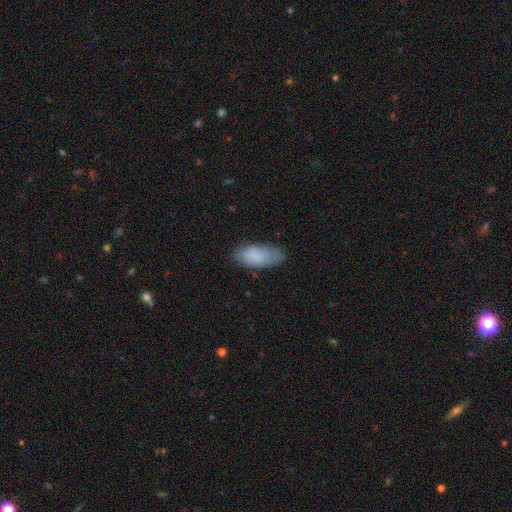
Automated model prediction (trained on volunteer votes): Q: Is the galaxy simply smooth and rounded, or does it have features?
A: smooth — 86%.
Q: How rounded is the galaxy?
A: in between — 88%.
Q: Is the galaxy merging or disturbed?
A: none — 74%.